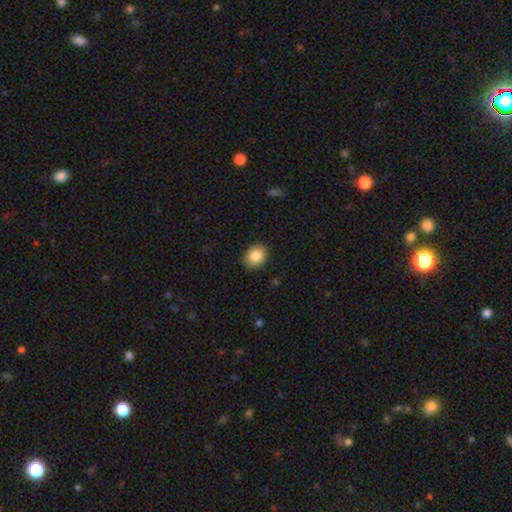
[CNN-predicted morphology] Smooth or featured: smooth — 87% (star or artifact — 8%)
How rounded: in between — 52% (round — 47%)
Merging: none — 86% (minor disturbance — 11%)